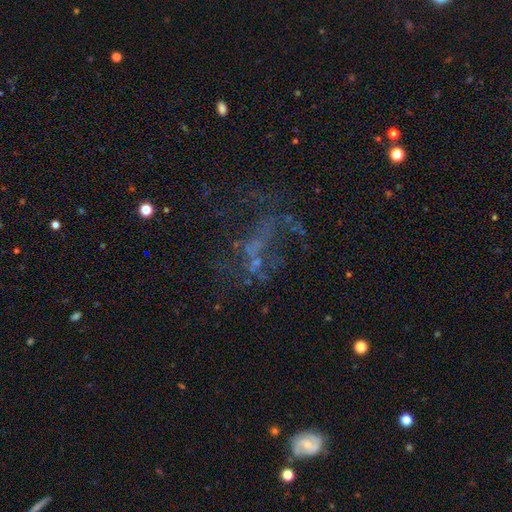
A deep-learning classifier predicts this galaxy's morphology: This appears to be a featured or disk galaxy (52%). Merging: none (41%).